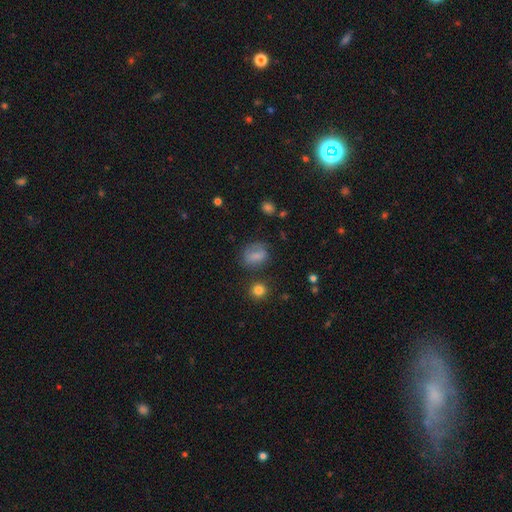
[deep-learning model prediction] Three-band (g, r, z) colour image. It shows a smooth galaxy with no disk features (72%) that is in between round and cigar-shaped (58%). Merging: none (57%).